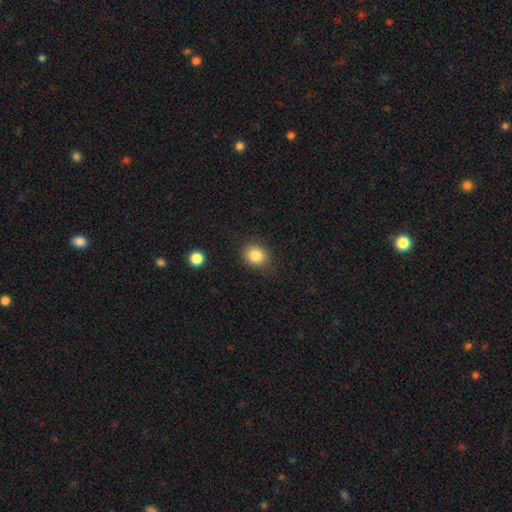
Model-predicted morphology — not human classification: Smooth or featured?
  - smooth: 84% *
  - star or artifact: 10%
  - featured or disk: 6%
How rounded?
  - round: 70% *
  - in between: 29%
  - cigar-shaped: 1%
Merging?
  - none: 84% *
  - minor disturbance: 12%
  - major disturbance: 3%
  - merger: 2%